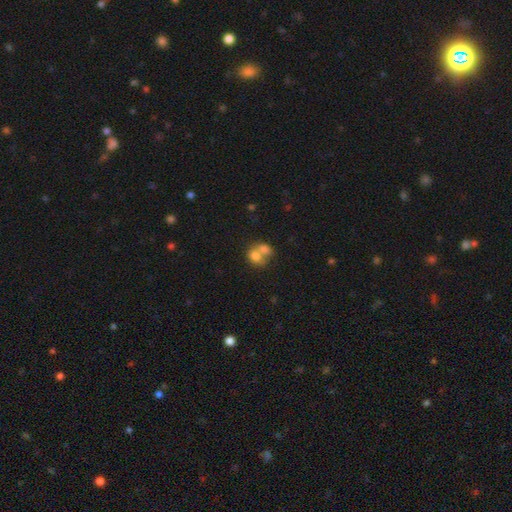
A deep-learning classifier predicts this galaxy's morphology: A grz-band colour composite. It shows a smooth galaxy with no disk features (73%) that is in between round and cigar-shaped (51%). Merging: merger (71%).